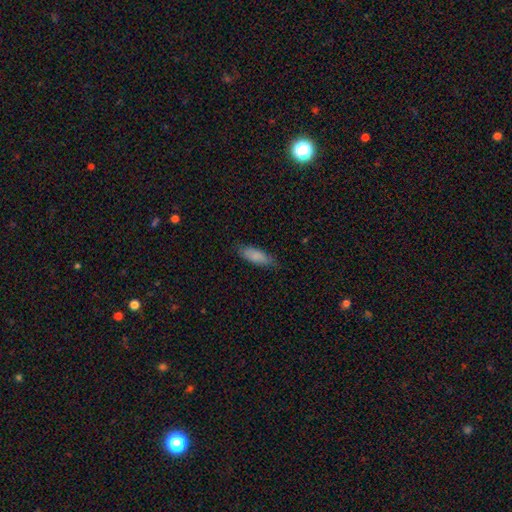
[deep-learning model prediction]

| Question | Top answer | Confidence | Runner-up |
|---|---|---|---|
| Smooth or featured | smooth | 83% | featured or disk (10%) |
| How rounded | in between | 72% | cigar-shaped (27%) |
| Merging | none | 74% | minor disturbance (21%) |